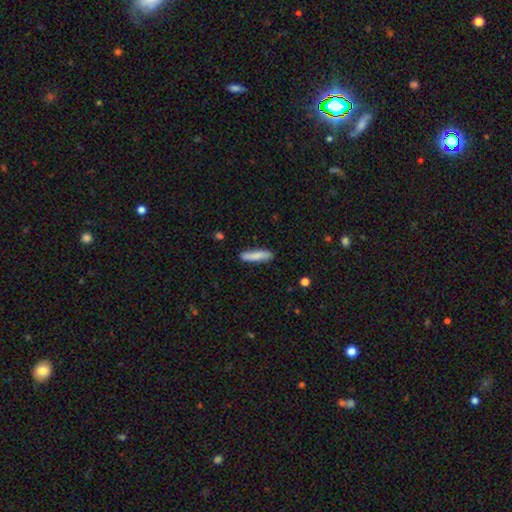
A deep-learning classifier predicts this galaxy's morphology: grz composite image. It shows a smooth galaxy with no disk features (81%) that is cigar-shaped (80%). Merging: none (85%).